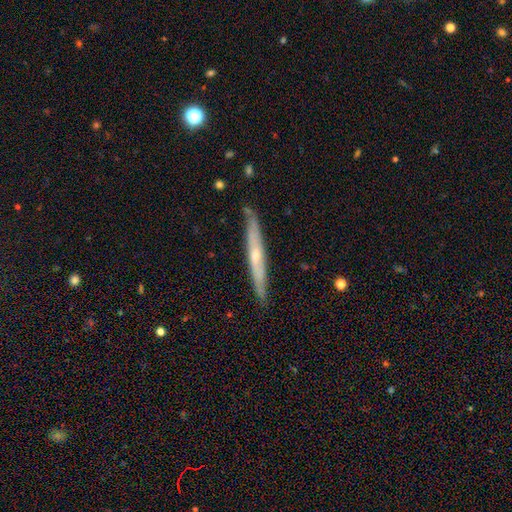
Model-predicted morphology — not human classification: Smooth or featured? featured or disk (63%)
Edge-on disk? yes (92%)
Edge-on bulge? rounded (59%)
Merging? none (86%)